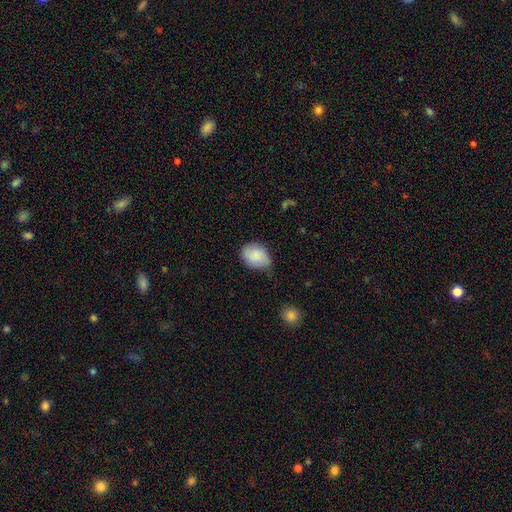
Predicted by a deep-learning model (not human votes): Smooth or featured? Predicted: smooth (p=0.83). How rounded? Predicted: in between (p=0.64). Merging? Predicted: none (p=0.59).